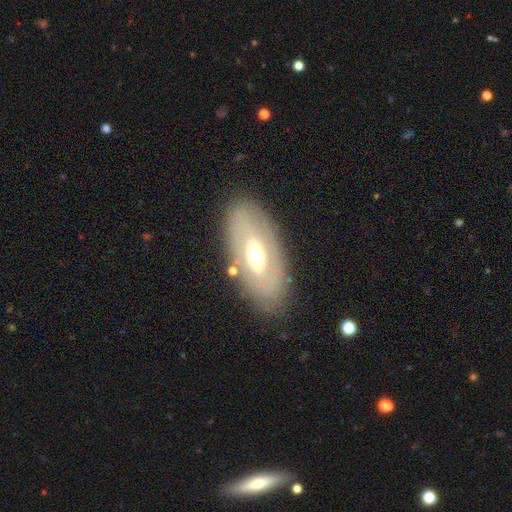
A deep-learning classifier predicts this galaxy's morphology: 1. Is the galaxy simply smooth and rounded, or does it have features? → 55% featured or disk, 38% smooth, 7% star or artifact.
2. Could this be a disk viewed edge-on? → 83% no, 17% yes.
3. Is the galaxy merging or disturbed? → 81% none, 12% minor disturbance, 5% major disturbance, 2% merger.